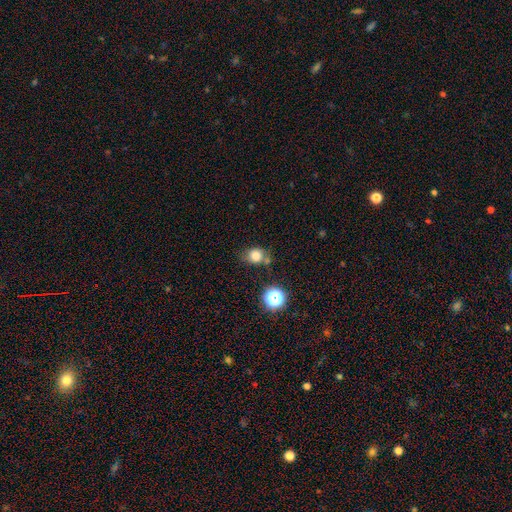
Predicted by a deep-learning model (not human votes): A smooth galaxy with no disk features (78%) that is round (64%). Merging: none (62%).